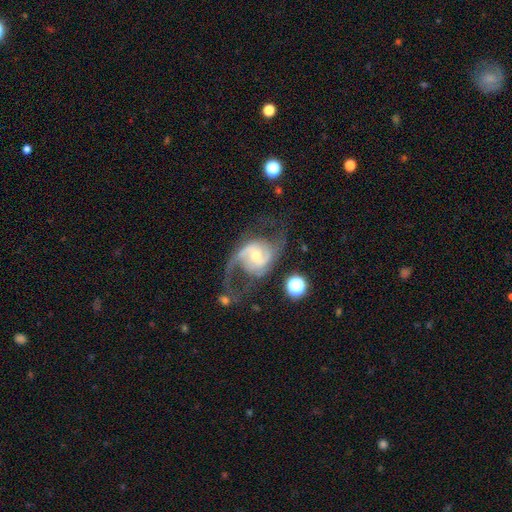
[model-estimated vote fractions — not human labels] Q: Smooth or featured?
A: featured or disk (85%); runner-up: smooth (9%)
Q: Edge-on disk?
A: no (97%); runner-up: yes (3%)
Q: Bar?
A: weak (44%); runner-up: no (36%)
Q: Spiral arms?
A: yes (95%); runner-up: no (5%)
Q: Spiral winding?
A: loose (49%); runner-up: medium (41%)
Q: Spiral arm count?
A: 2 (84%); runner-up: 1 (6%)
Q: Bulge size?
A: moderate (50%); runner-up: small (43%)
Q: Merging?
A: none (49%); runner-up: major disturbance (30%)